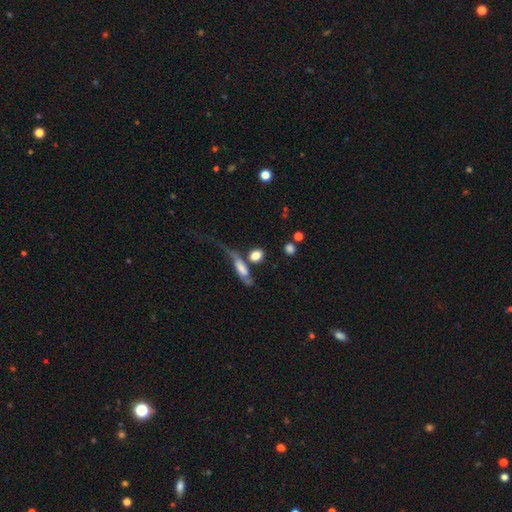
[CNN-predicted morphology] Smooth or featured? smooth (78%)
How rounded? in between (46%)
Merging? none (47%)